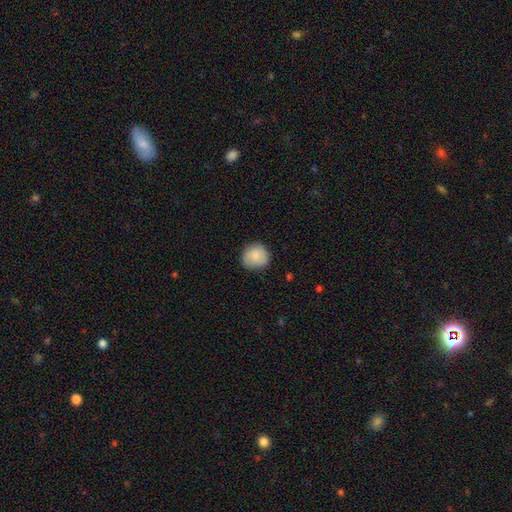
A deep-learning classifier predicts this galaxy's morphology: smooth 84%, featured or disk 9%, star or artifact 7%. Down the decision tree: how rounded — round (89%); merging — none (84%).